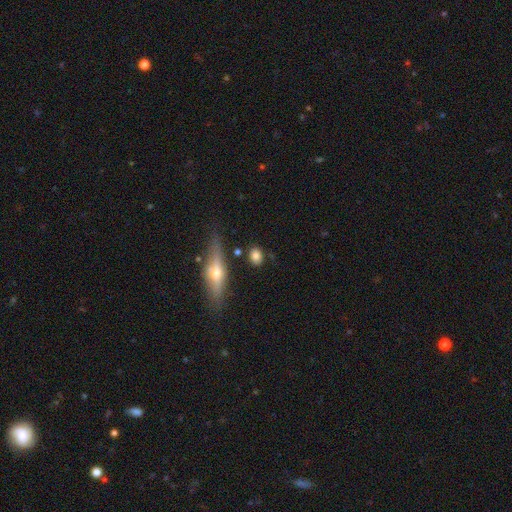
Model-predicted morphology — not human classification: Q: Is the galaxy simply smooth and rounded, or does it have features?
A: smooth — 76%.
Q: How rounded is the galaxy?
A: in between — 49%.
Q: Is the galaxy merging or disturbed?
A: none — 80%.